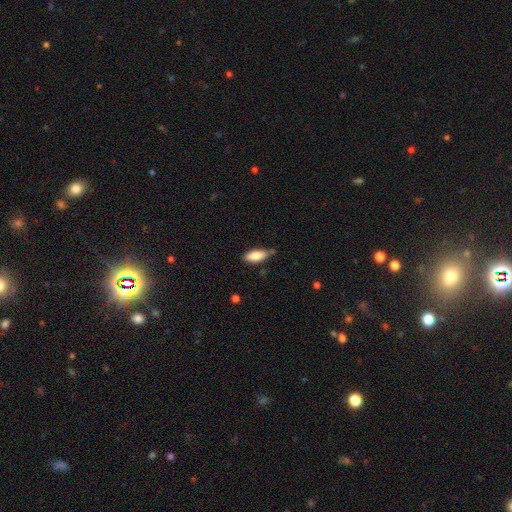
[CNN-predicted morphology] smooth-or-featured: smooth: 82% | featured or disk: 12% | star or artifact: 6%
  how-rounded: in between: 81% | cigar-shaped: 17% | round: 2%
  merging: none: 71% | minor disturbance: 22% | merger: 4% | major disturbance: 3%